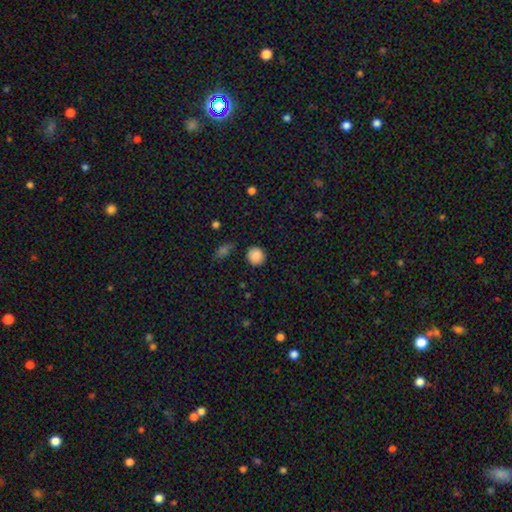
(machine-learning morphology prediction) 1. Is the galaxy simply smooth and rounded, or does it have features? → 87% smooth, 9% star or artifact, 4% featured or disk.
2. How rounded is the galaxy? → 89% round, 10% in between, 1% cigar-shaped.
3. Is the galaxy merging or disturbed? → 85% none, 10% minor disturbance, 3% major disturbance, 2% merger.